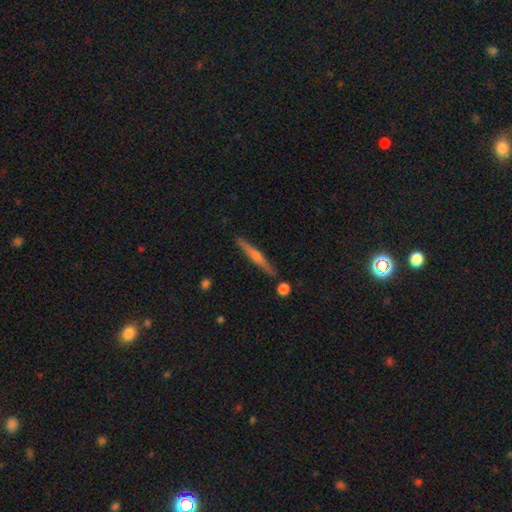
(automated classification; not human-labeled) A featured or disk galaxy (61%) viewed edge-on (97%) with a rounded central bulge (71%). Merging: none (87%).